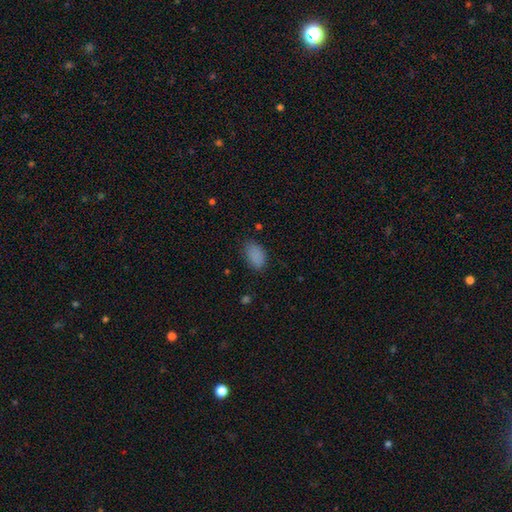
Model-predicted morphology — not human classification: Smooth or featured: smooth — 86% (star or artifact — 10%)
How rounded: in between — 91% (round — 7%)
Merging: none — 76% (minor disturbance — 18%)